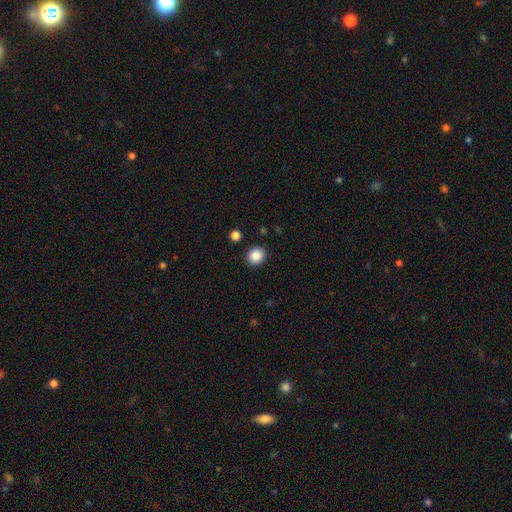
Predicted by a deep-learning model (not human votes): smooth_or_featured: smooth (p=0.88) [alt: star or artifact p=0.09]
how_rounded: round (p=0.79) [alt: in between p=0.21]
merging: none (p=0.90) [alt: minor disturbance p=0.06]